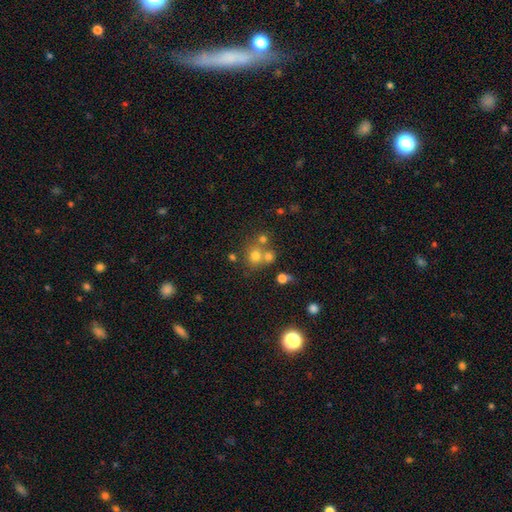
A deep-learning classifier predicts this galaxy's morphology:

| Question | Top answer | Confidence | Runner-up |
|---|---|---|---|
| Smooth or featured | smooth | 68% | star or artifact (19%) |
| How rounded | round | 82% | in between (17%) |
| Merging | none | 51% | merger (36%) |